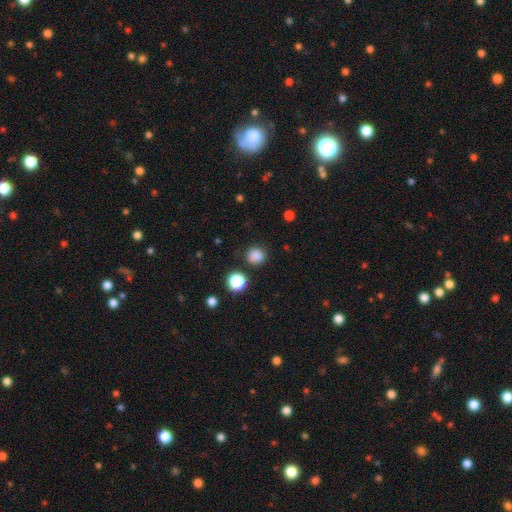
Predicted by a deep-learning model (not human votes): smooth-or-featured: smooth: 83% | star or artifact: 13% | featured or disk: 4%
  how-rounded: round: 90% | in between: 9% | cigar-shaped: 1%
  merging: none: 85% | minor disturbance: 9% | major disturbance: 3% | merger: 3%